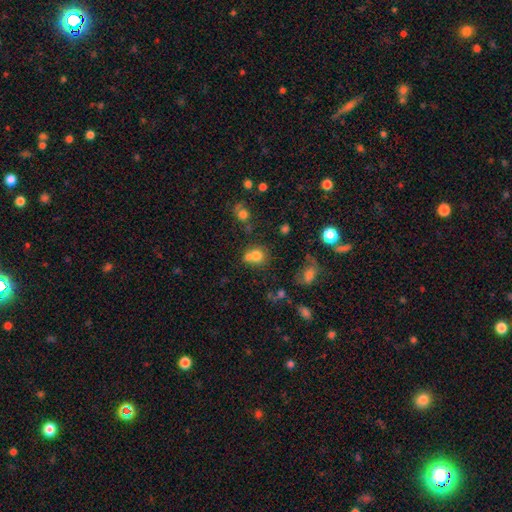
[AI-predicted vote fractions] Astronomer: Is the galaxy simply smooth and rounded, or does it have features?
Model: smooth — 73%.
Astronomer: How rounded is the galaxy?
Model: round — 77%.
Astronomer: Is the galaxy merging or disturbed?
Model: merger — 46% (runner-up: none, 40%).